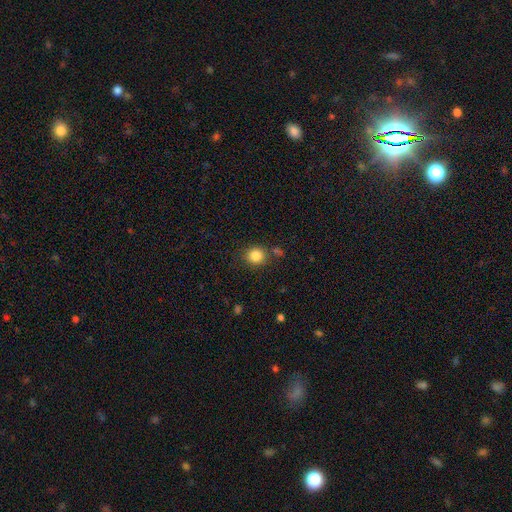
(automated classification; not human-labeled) smooth-or-featured: smooth: 84% | star or artifact: 11% | featured or disk: 5%
  how-rounded: round: 83% | in between: 16% | cigar-shaped: 1%
  merging: none: 80% | minor disturbance: 10% | merger: 6% | major disturbance: 3%